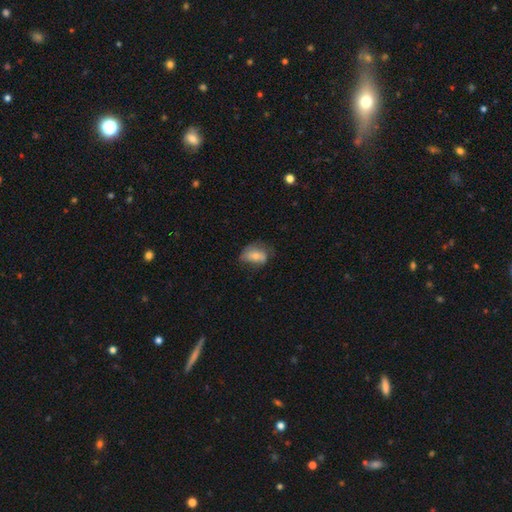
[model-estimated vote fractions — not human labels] A smooth galaxy with no disk features (63%) that is in between round and cigar-shaped (80%).

Vote fractions:
- Smooth or featured? smooth: 63% / featured or disk: 29% / star or artifact: 8%
- How rounded? in between: 80% / round: 18% / cigar-shaped: 2%
- Merging? none: 50% / minor disturbance: 33% / major disturbance: 15% / merger: 2%